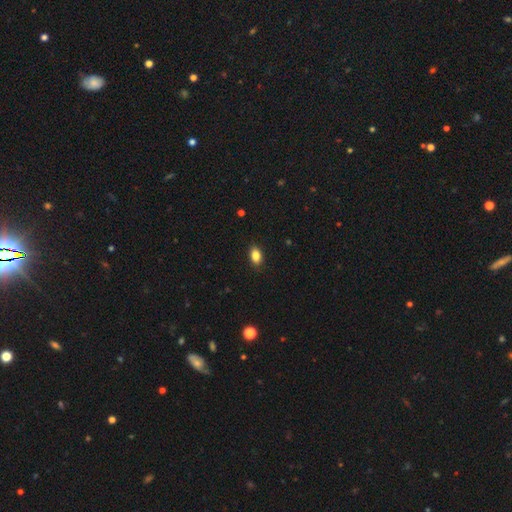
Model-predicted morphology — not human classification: A smooth galaxy with no disk features (86%) that is in between round and cigar-shaped (86%).

Vote fractions:
- Smooth or featured? smooth: 86% / star or artifact: 9% / featured or disk: 5%
- How rounded? in between: 86% / round: 12% / cigar-shaped: 2%
- Merging? none: 88% / minor disturbance: 9% / major disturbance: 2% / merger: 1%